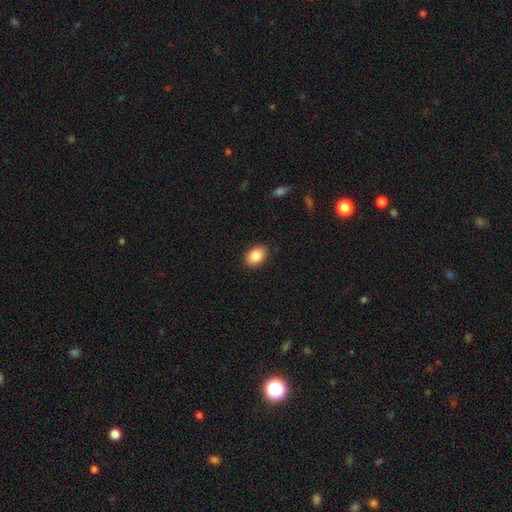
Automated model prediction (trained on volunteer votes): Overall: smooth (86%). How rounded: in between (81%). Merging: none (89%).